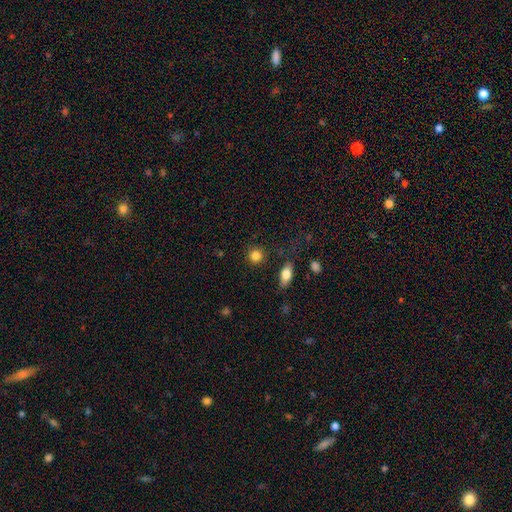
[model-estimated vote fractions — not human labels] Q: Smooth or featured?
A: smooth (84%); runner-up: star or artifact (10%)
Q: How rounded?
A: round (89%); runner-up: in between (10%)
Q: Merging?
A: none (87%); runner-up: minor disturbance (7%)